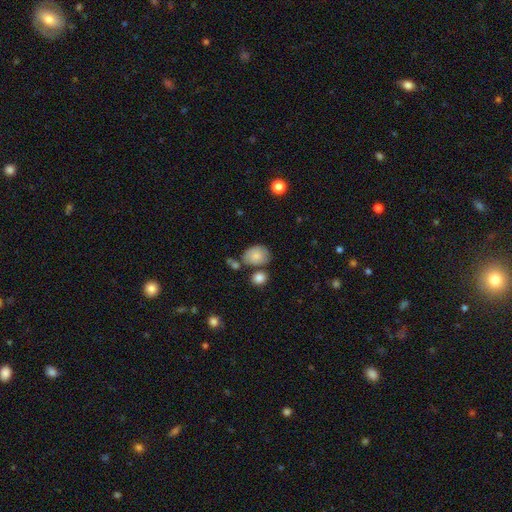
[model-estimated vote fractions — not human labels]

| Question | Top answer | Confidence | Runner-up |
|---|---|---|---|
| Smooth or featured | smooth | 80% | featured or disk (12%) |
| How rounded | in between | 63% | round (35%) |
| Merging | none | 56% | minor disturbance (22%) |